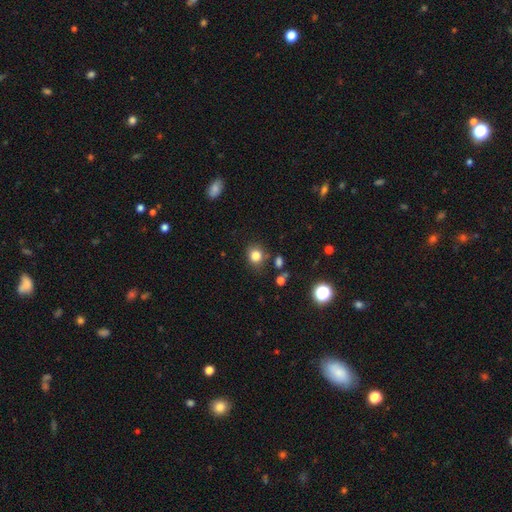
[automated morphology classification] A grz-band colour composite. It shows a smooth galaxy with no disk features (82%) that is round (73%). Merging: none (77%).